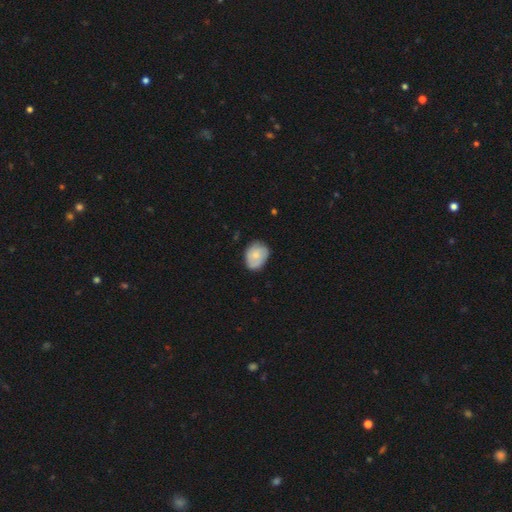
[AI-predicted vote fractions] smooth-or-featured: smooth: 70% | featured or disk: 24% | star or artifact: 7%
  how-rounded: in between: 62% | round: 37% | cigar-shaped: 1%
  merging: none: 71% | minor disturbance: 23% | major disturbance: 4% | merger: 1%